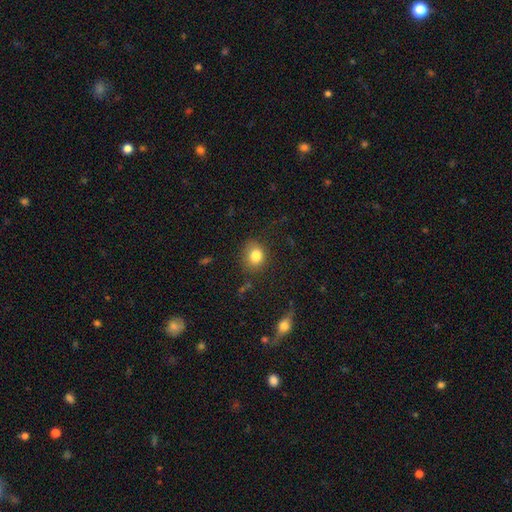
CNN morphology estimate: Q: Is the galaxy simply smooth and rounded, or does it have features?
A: smooth — 82%.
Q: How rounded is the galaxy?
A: round — 69%.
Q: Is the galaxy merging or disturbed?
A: none — 76%.